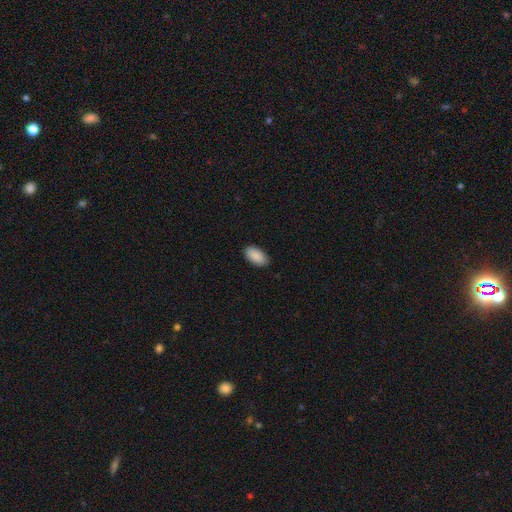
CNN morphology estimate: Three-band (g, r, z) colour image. It shows a smooth galaxy with no disk features (91%) that is in between round and cigar-shaped (95%). Merging: none (88%).